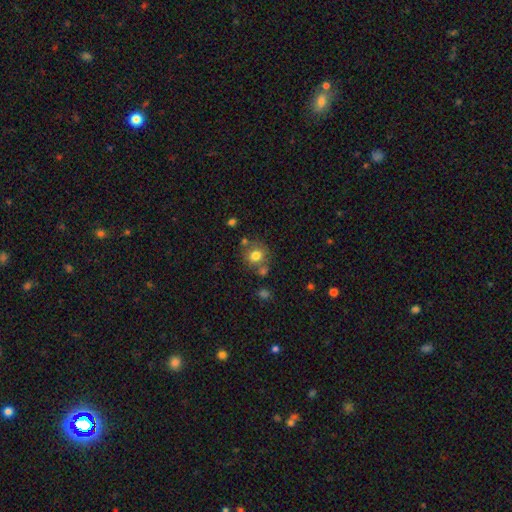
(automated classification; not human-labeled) The model was most divided on "merging": none: 67%, merger: 15%, minor disturbance: 14%, major disturbance: 5%. More confident: how rounded — round (77%); smooth or featured — smooth (77%).